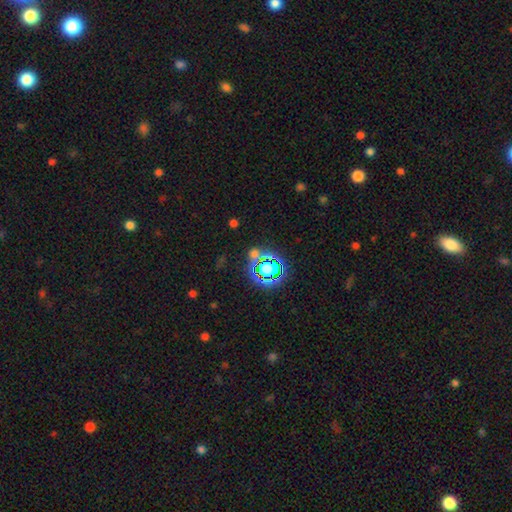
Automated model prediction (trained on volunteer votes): This appears to be a star or artifact, not a galaxy (70%).